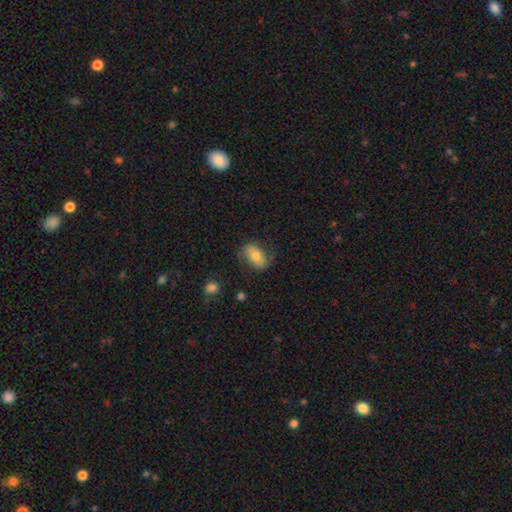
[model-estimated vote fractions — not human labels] Smooth or featured? Predicted: smooth (p=0.65). How rounded? Predicted: in between (p=0.89). Merging? Predicted: none (p=0.70).